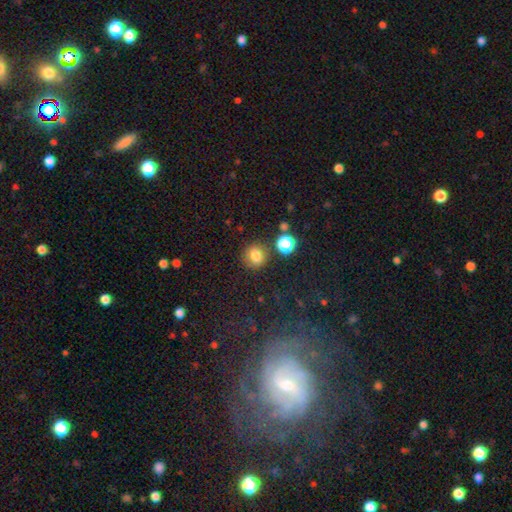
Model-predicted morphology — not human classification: Overall: smooth (78%). How rounded: round (81%). Merging: none (81%).